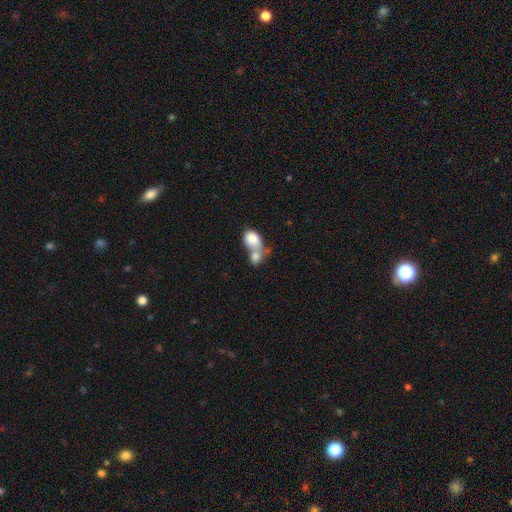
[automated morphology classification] Overall: smooth (80%). How rounded: in between (63%; round 35%). Merging: merger (74%).